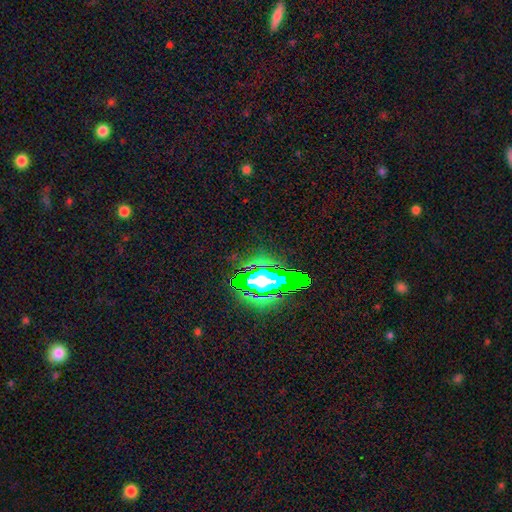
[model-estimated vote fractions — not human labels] This is likely a star or artifact rather than a galaxy (79%).